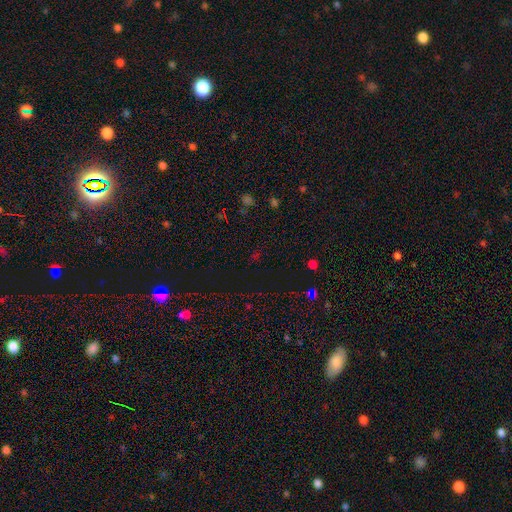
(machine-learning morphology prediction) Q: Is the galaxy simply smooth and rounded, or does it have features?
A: star or artifact — 65%.